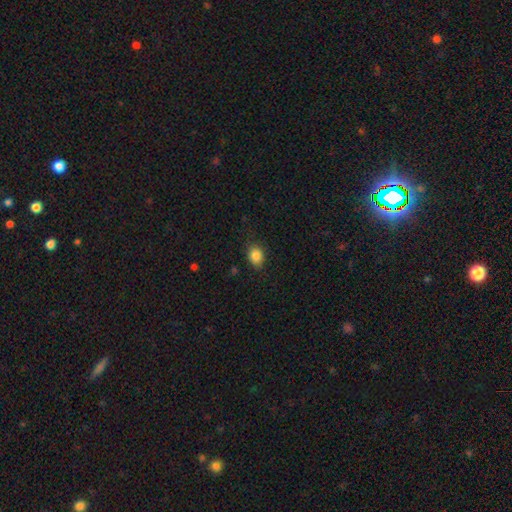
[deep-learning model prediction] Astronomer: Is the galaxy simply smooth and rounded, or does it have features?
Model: smooth — 85%.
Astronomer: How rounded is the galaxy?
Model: in between — 61% (runner-up: round, 38%).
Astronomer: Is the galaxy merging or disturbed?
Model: none — 80%.